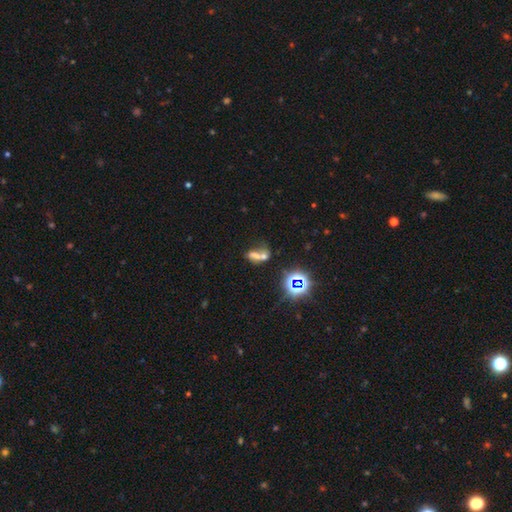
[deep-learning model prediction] The model was most divided on "smooth or featured": smooth: 50%, star or artifact: 28%, featured or disk: 22%. More confident: merging — merger (56%).